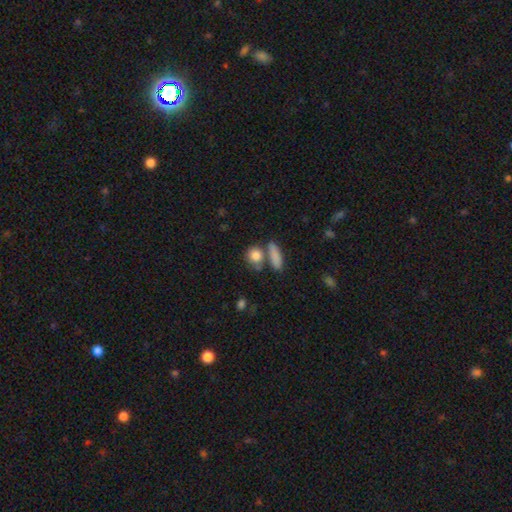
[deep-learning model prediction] This is clearly a smooth galaxy (83%). How rounded: likely round (69%). Merging: likely none (62%).